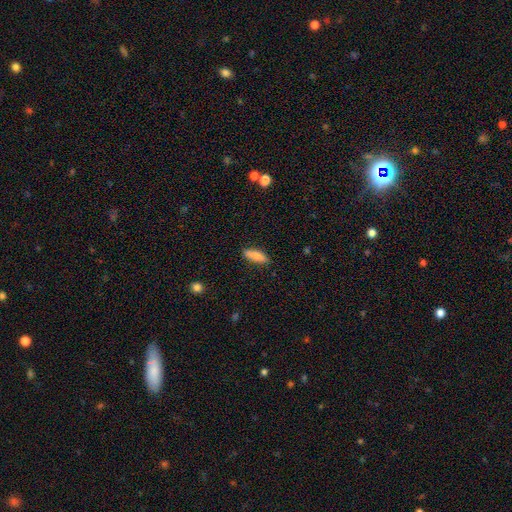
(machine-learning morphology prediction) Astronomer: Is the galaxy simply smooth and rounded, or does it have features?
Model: smooth — 84%.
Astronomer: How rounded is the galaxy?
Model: cigar-shaped — 55% (runner-up: in between, 43%).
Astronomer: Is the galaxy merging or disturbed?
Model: none — 86%.